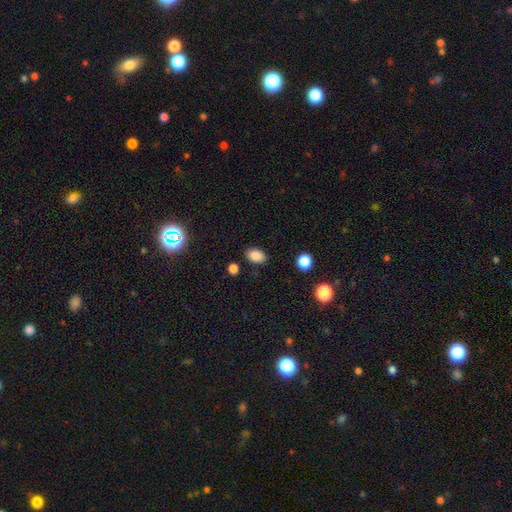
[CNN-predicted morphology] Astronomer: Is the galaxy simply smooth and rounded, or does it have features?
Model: smooth — 86%.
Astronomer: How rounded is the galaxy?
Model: in between — 85%.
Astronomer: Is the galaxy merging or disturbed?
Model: none — 84%.